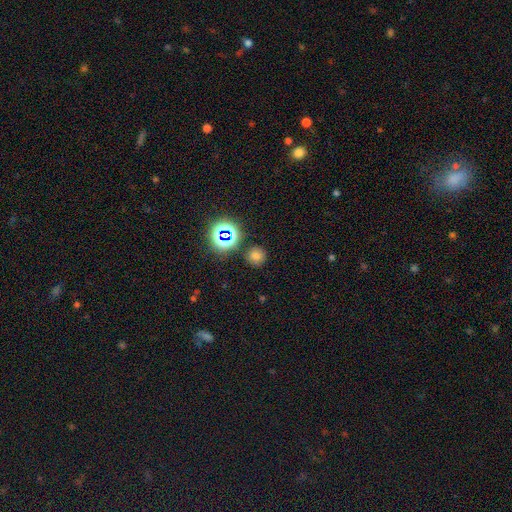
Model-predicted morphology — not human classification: Smooth or featured? Predicted: smooth (p=0.69). How rounded? Predicted: round (p=0.92). Merging? Predicted: none (p=0.87).